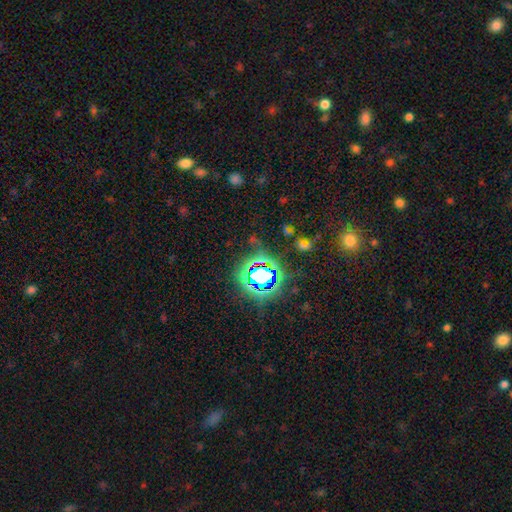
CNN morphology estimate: Smooth or featured?
  - star or artifact: 77% *
  - smooth: 16%
  - featured or disk: 7%